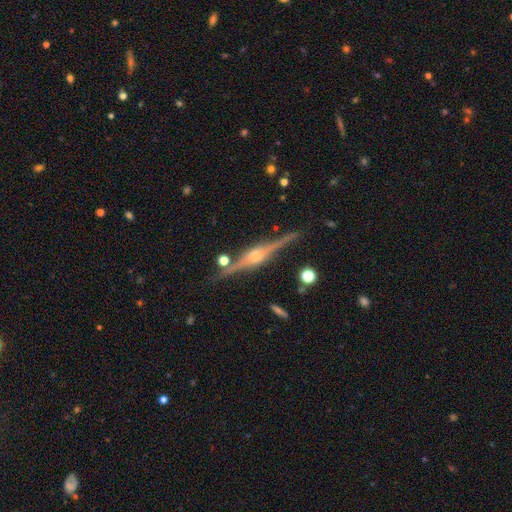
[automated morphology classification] A featured or disk galaxy (89%) viewed edge-on (98%) with a rounded central bulge (88%).

Vote fractions:
- Smooth or featured? featured or disk: 89% / star or artifact: 6% / smooth: 5%
- Edge-on disk? yes: 98% / no: 2%
- Edge-on bulge? rounded: 88% / boxy: 9% / none: 3%
- Merging? none: 88% / minor disturbance: 8% / merger: 3% / major disturbance: 2%